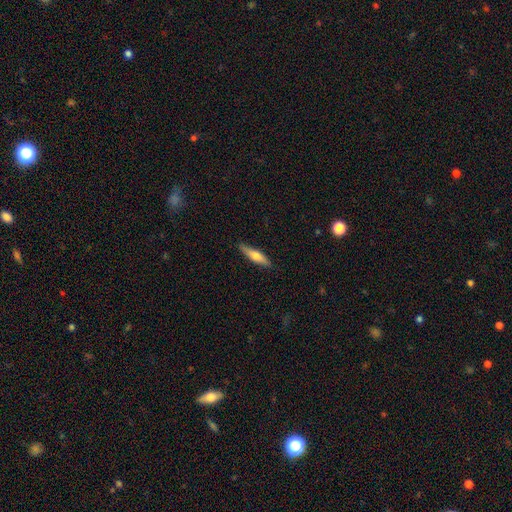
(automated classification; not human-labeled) smooth 59%, featured or disk 35%, star or artifact 6%. Down the decision tree: how rounded — cigar-shaped (75%); merging — none (86%).